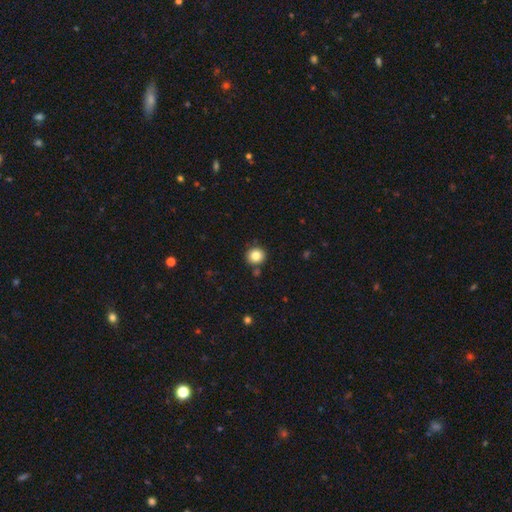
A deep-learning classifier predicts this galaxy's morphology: This is clearly a smooth galaxy (83%). How rounded: clearly round (91%). Merging: clearly none (86%).